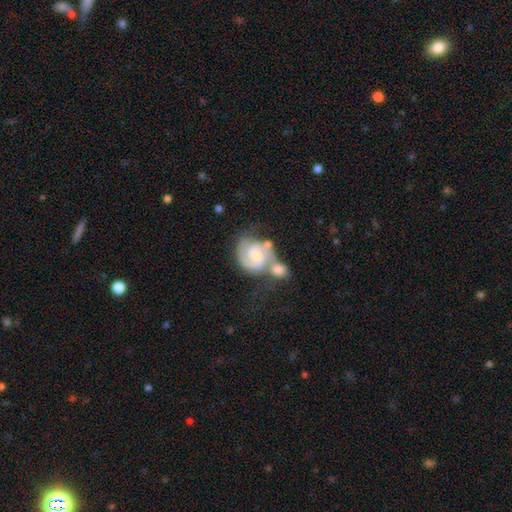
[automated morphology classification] smooth-or-featured: featured or disk: 86% | smooth: 9% | star or artifact: 5%
  disk-edge-on: no: 98% | yes: 2%
    bar: no: 46% | weak: 45% | strong: 9%
    has-spiral-arms: yes: 97% | no: 3%
      spiral-winding: medium: 46% | tight: 45% | loose: 8%
      spiral-arm-count: 2: 87% | 3: 5% | can't tell: 5% | 1: 2% | 4: 1% | more than 4: 1%
    bulge-size: moderate: 45% | small: 44% | none: 6% | large: 4% | dominant: 1%
  merging: merger: 49% | none: 30% | minor disturbance: 13% | major disturbance: 8%